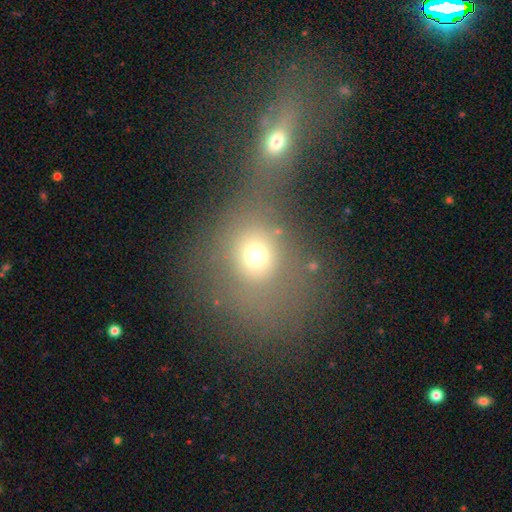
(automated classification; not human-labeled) This appears to be a smooth galaxy with no disk features (67%) that is round (63%). Merging: merger (57%).